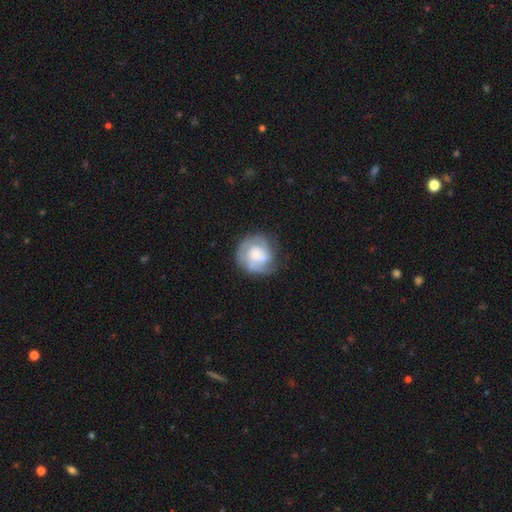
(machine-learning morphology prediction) Overall: featured or disk (65%; smooth 28%). Edge-on disk: no (98%). Bar: no (71%). Spiral arms: yes (84%). Spiral arm count: can't tell (32%; 2 28%). Spiral winding: tight (54%; medium 33%). Bulge size: moderate (37%; small 35%). Merging: none (64%).